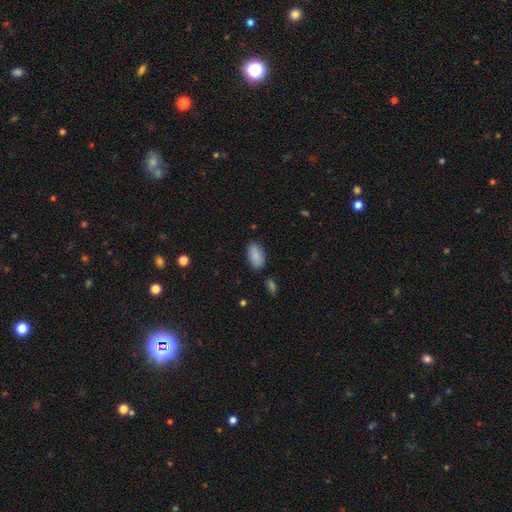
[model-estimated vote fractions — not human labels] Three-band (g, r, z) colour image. It shows a smooth galaxy with no disk features (87%) that is in between round and cigar-shaped (94%). Merging: none (81%).